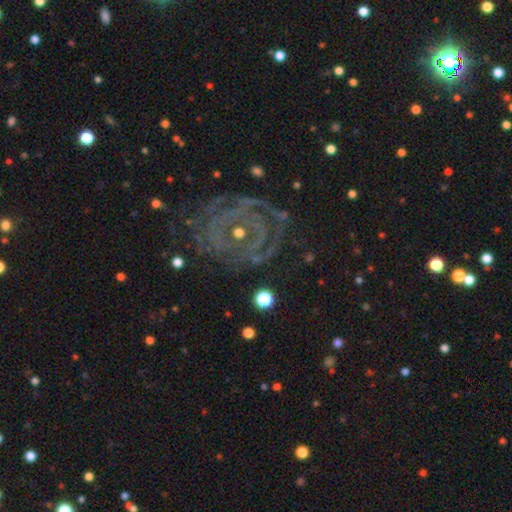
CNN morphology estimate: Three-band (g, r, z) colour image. It shows a featured or disk galaxy (81%) with no bar (56%), tight (72%) spiral arms (91%) and a small central bulge (70%). Merging: none (72%).